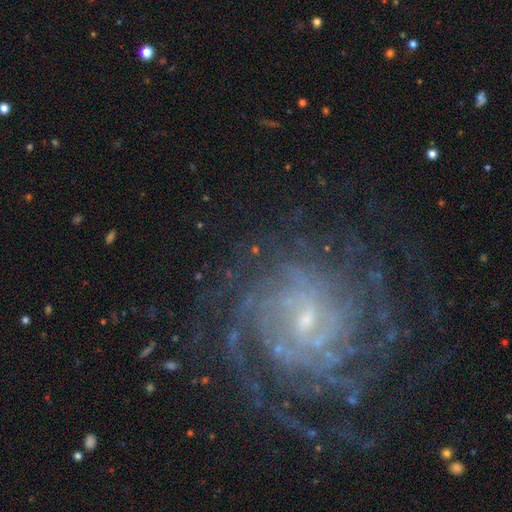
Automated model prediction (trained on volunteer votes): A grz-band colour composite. It shows a featured or disk galaxy (86%) with a weak bar (45%), tight (74%) spiral arms (97%) and a small central bulge (80%). Merging: none (78%).